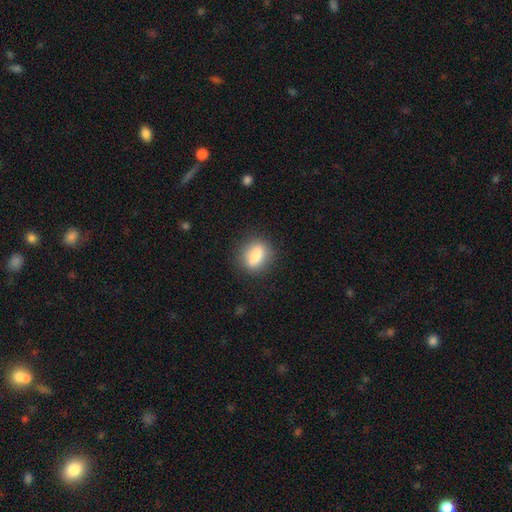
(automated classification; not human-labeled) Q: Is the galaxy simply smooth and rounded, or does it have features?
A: smooth — 78%.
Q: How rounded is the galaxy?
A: in between — 58%.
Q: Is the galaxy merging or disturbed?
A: none — 84%.